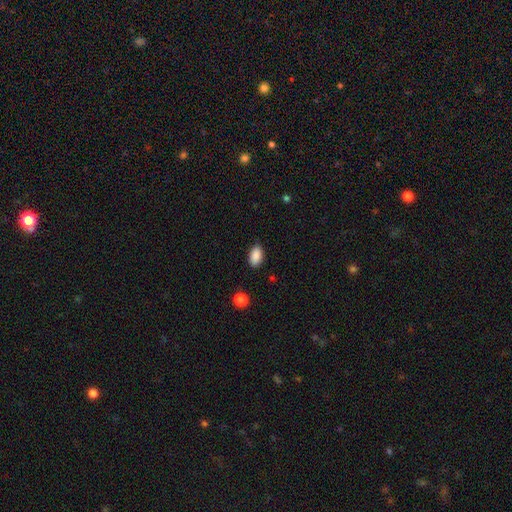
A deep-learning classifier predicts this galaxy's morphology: smooth 89%, star or artifact 8%, featured or disk 4%. Down the decision tree: how rounded — in between (92%); merging — none (85%).